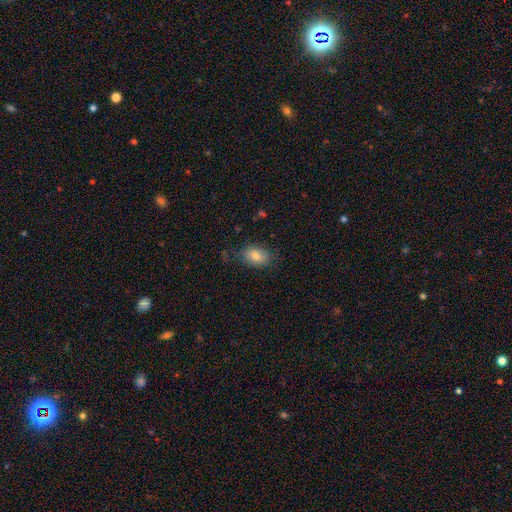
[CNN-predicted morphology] A smooth galaxy with no disk features (77%) that is in between round and cigar-shaped (84%). Merging: none (77%).